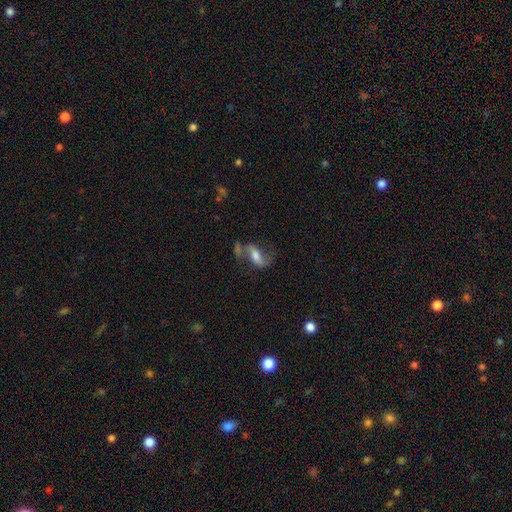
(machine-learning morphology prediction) type=featured or disk (55%); edge-on=no (89%); merging=none (42%).